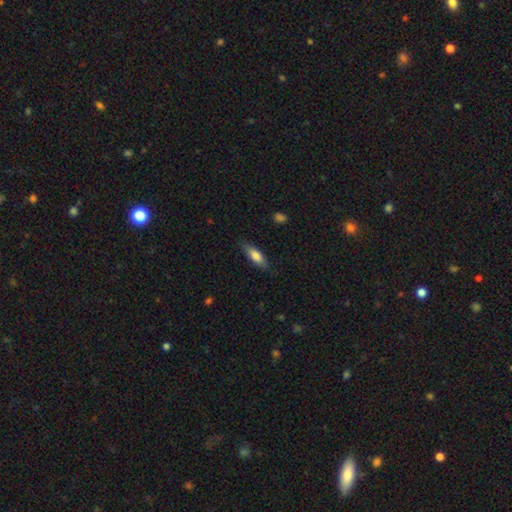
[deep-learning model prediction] This appears to be a smooth galaxy with no disk features (76%) that is in between round and cigar-shaped (56%). Merging: none (81%).